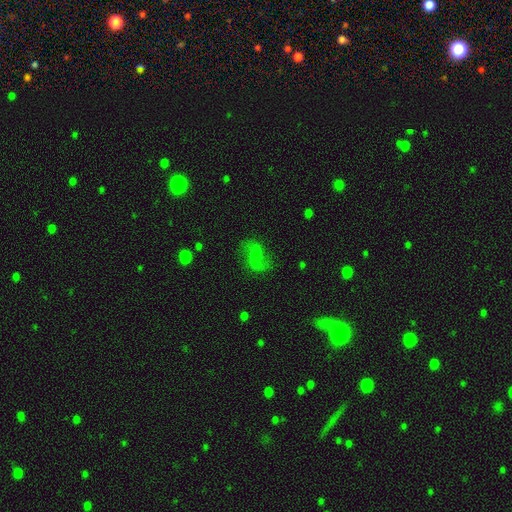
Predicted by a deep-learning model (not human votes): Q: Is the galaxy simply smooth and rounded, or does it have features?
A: featured or disk — 56%.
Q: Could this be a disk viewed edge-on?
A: no — 97%.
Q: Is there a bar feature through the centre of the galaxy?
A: no — 46%.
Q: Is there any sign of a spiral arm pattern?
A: yes — 85%.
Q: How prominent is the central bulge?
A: none — 50%.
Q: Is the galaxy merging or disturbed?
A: none — 60%.